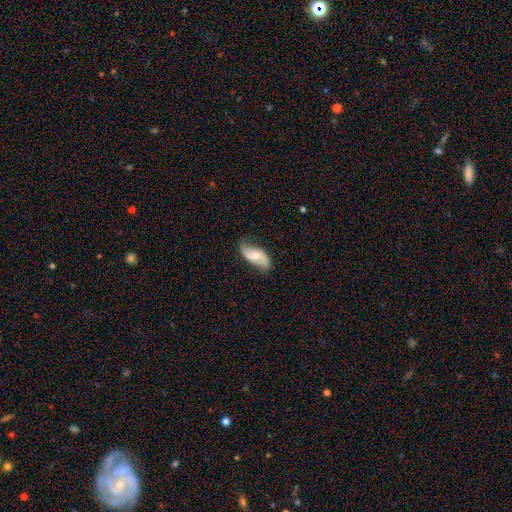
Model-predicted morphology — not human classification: A featured or disk galaxy (65%) with no bar (53%), 2 (90%) loose (67%) spiral arms (87%) and a moderate central bulge (62%).

Vote fractions:
- Smooth or featured? featured or disk: 65% / smooth: 30% / star or artifact: 6%
- Edge-on disk? no: 93% / yes: 7%
- Bar? no: 53% / weak: 35% / strong: 11%
- Spiral arms? yes: 87% / no: 13%
- Spiral winding? loose: 67% / medium: 24% / tight: 9%
- Spiral arm count? 2: 90% / can't tell: 5% / 1: 2% / 3: 1% / 4: 1% / more than 4: 1%
- Bulge size? moderate: 62% / small: 32% / large: 4% / none: 2% / dominant: 1%
- Merging? none: 74% / minor disturbance: 20% / major disturbance: 5% / merger: 1%